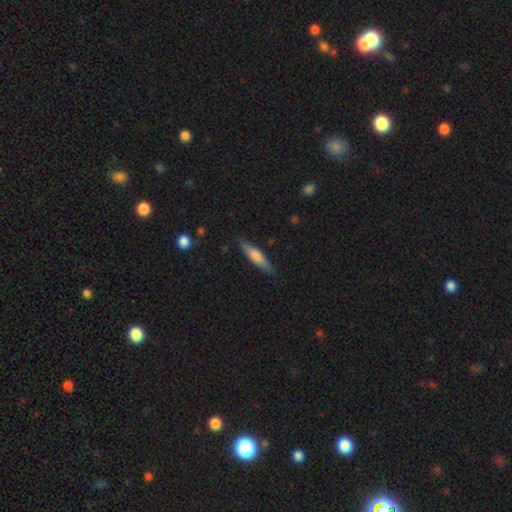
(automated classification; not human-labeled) Smooth or featured? Predicted: smooth (p=0.63). How rounded? Predicted: cigar-shaped (p=0.74). Merging? Predicted: none (p=0.84).